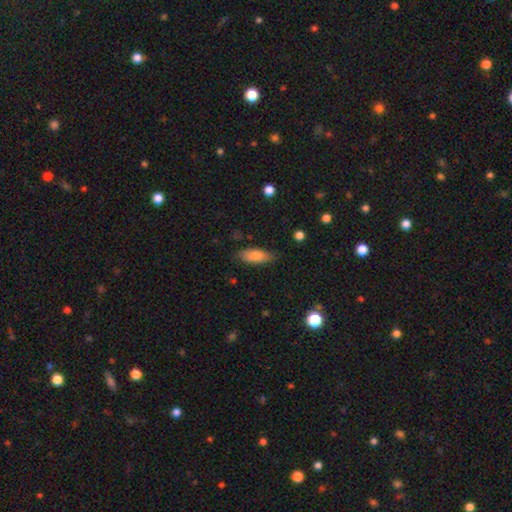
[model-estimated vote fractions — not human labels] Smooth or featured? smooth (80%)
How rounded? in between (76%)
Merging? none (78%)